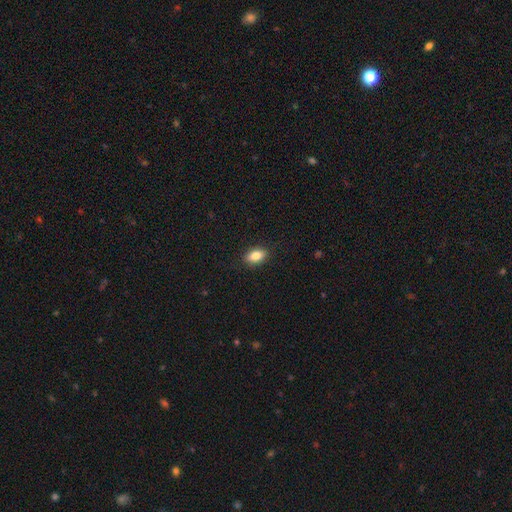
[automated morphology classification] smooth_or_featured: smooth (p=0.83) [alt: featured or disk p=0.09]
how_rounded: in between (p=0.88) [alt: round p=0.09]
merging: none (p=0.89) [alt: minor disturbance p=0.08]